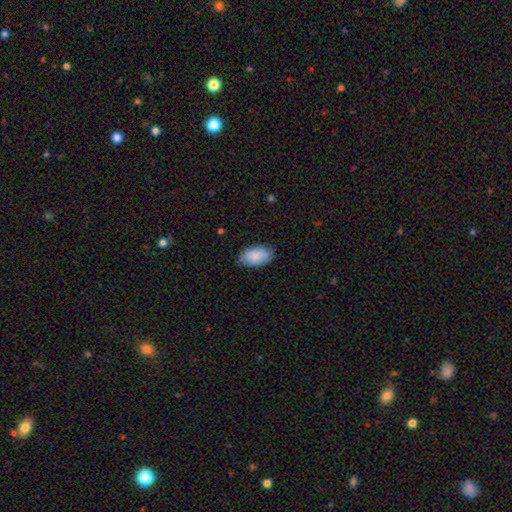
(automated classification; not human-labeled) Overall: smooth (87%). How rounded: in between (95%). Merging: none (79%).